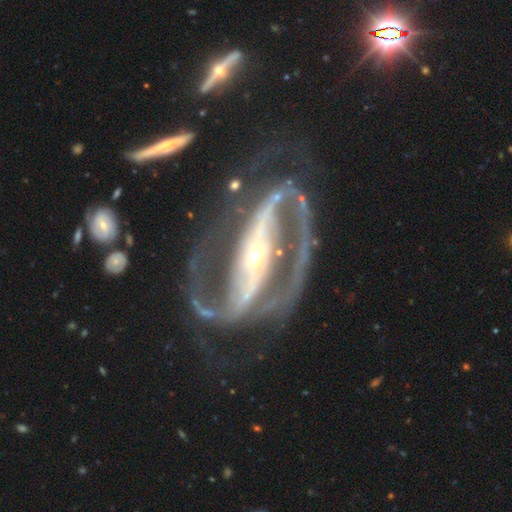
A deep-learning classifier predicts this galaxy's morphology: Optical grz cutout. It shows a featured or disk galaxy (92%) with a strong bar (77%), 2 (91%) medium (53%) spiral arms (94%) and a small central bulge (67%). Merging: none (65%).